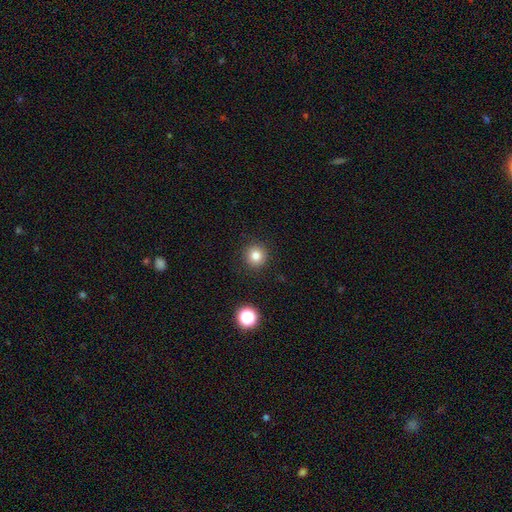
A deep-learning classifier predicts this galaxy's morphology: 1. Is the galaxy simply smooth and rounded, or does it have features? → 81% smooth, 12% star or artifact, 7% featured or disk.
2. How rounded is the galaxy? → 95% round, 4% in between, 1% cigar-shaped.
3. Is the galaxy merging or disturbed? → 91% none, 6% minor disturbance, 2% major disturbance, 1% merger.